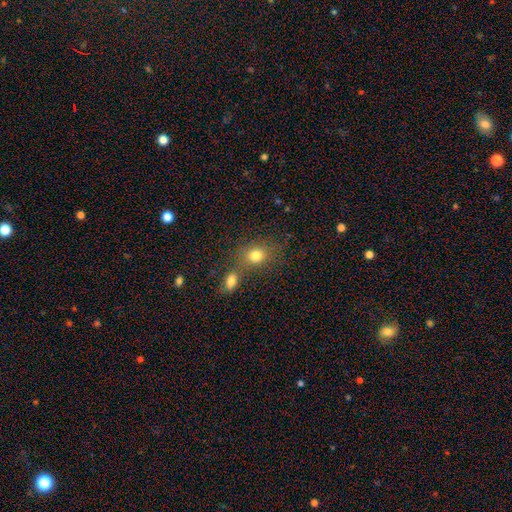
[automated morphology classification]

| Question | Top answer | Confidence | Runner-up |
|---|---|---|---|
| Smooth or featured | smooth | 78% | star or artifact (12%) |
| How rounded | round | 53% | in between (45%) |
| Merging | none | 52% | merger (33%) |